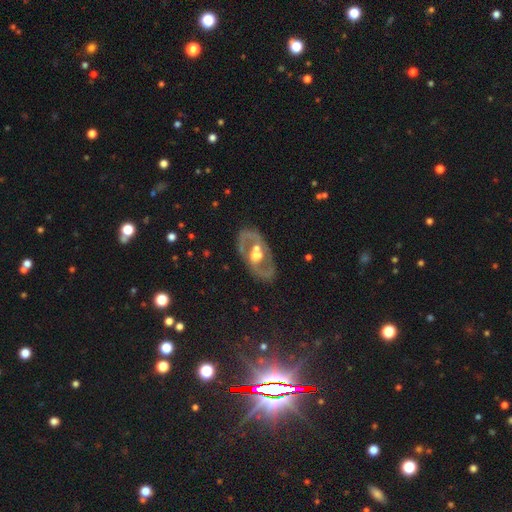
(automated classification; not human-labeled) The model was most divided on "spiral arms": yes: 58%, no: 42%. More confident: edge-on disk — no (93%); smooth or featured — featured or disk (77%); bulge size — moderate (66%); merging — none (66%); bar — no (51%).